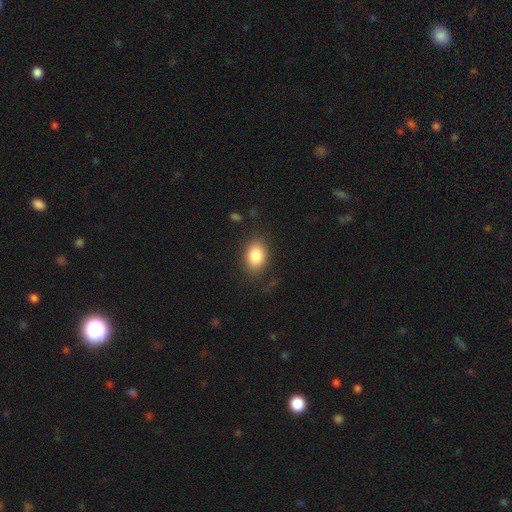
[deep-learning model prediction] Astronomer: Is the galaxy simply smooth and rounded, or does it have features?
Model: smooth — 83%.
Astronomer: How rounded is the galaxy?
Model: in between — 77%.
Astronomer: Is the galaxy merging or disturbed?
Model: none — 81%.